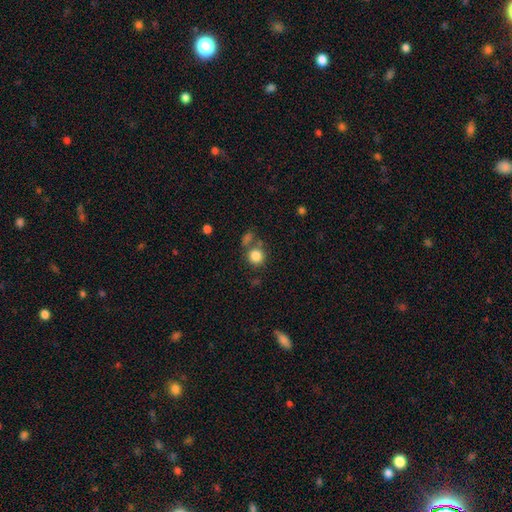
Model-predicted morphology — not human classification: Smooth or featured? smooth (84%)
How rounded? round (88%)
Merging? none (62%)